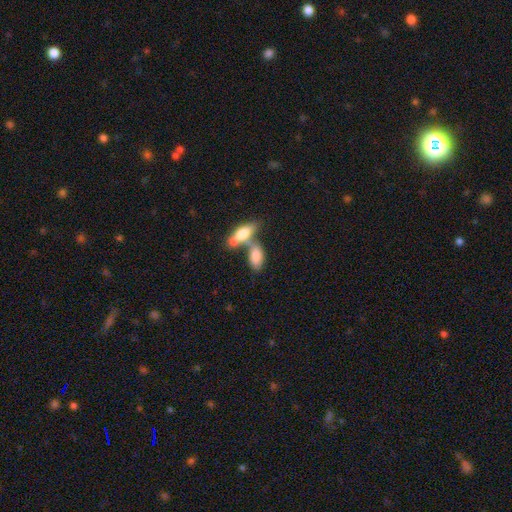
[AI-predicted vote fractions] Smooth or featured: smooth — 79% (featured or disk — 15%)
How rounded: in between — 87% (cigar-shaped — 9%)
Merging: merger — 55% (none — 29%)